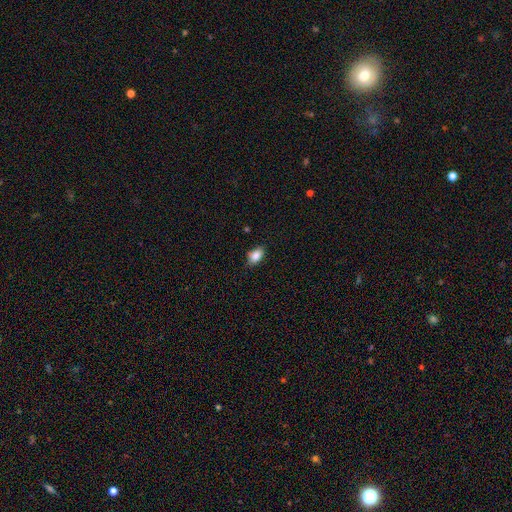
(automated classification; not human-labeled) The model was most divided on "merging": none: 81%, minor disturbance: 16%, major disturbance: 3%, merger: 1%. More confident: how rounded — in between (87%); smooth or featured — smooth (86%).